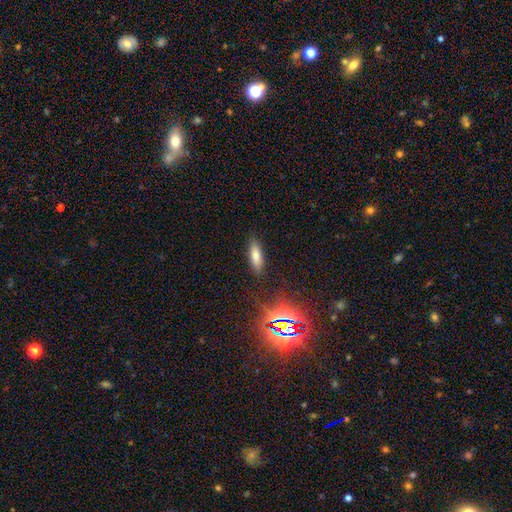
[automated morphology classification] This is likely a smooth galaxy (70%). How rounded: possibly in between (58%). Merging: clearly none (86%).